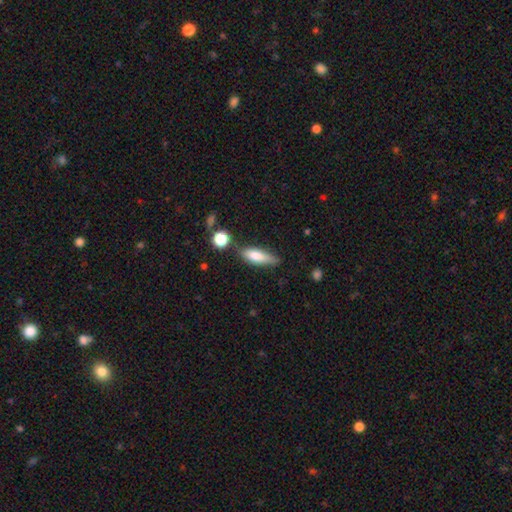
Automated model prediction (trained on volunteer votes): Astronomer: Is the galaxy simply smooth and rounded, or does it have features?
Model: smooth — 71%.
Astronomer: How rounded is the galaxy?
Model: cigar-shaped — 56% (runner-up: in between, 41%).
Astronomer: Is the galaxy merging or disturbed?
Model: none — 66%.